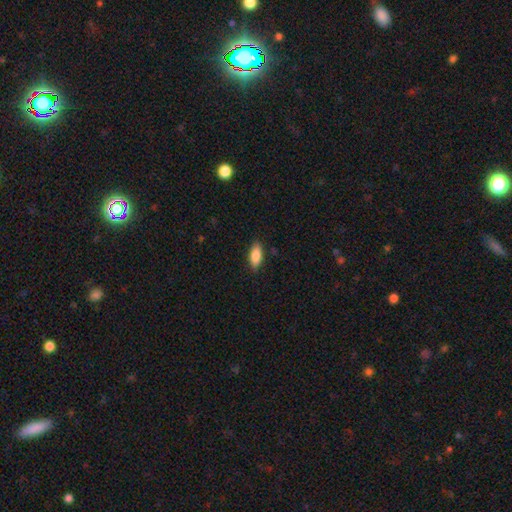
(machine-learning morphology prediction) Q: Smooth or featured?
A: smooth (84%); runner-up: featured or disk (9%)
Q: How rounded?
A: in between (79%); runner-up: cigar-shaped (19%)
Q: Merging?
A: none (87%); runner-up: minor disturbance (10%)